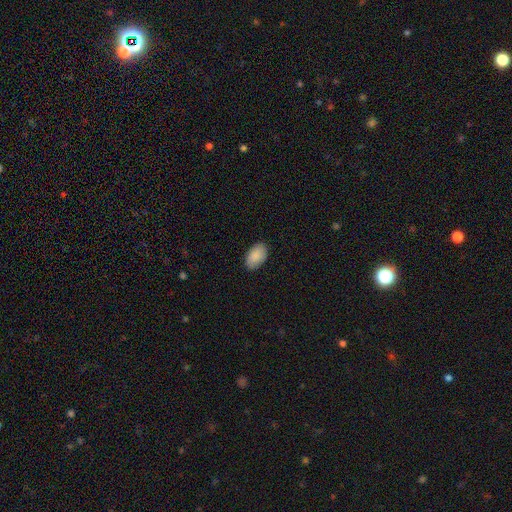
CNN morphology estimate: Smooth or featured?
  - smooth: 90% *
  - star or artifact: 6%
  - featured or disk: 4%
How rounded?
  - in between: 94% *
  - round: 5%
  - cigar-shaped: 1%
Merging?
  - none: 87% *
  - minor disturbance: 10%
  - major disturbance: 2%
  - merger: 1%